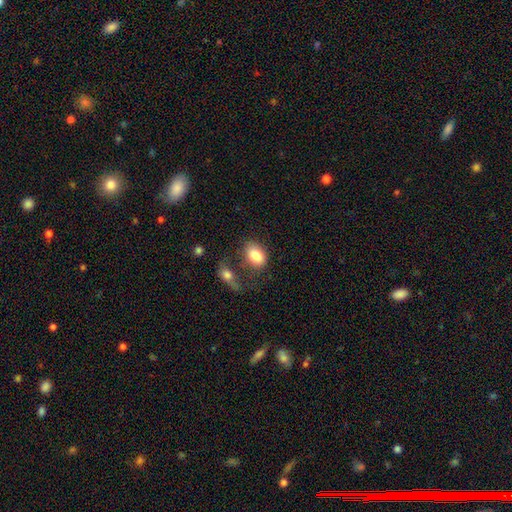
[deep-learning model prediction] smooth-or-featured: smooth: 85% | featured or disk: 8% | star or artifact: 7%
  how-rounded: in between: 79% | round: 20% | cigar-shaped: 1%
  merging: none: 54% | minor disturbance: 20% | merger: 16% | major disturbance: 11%